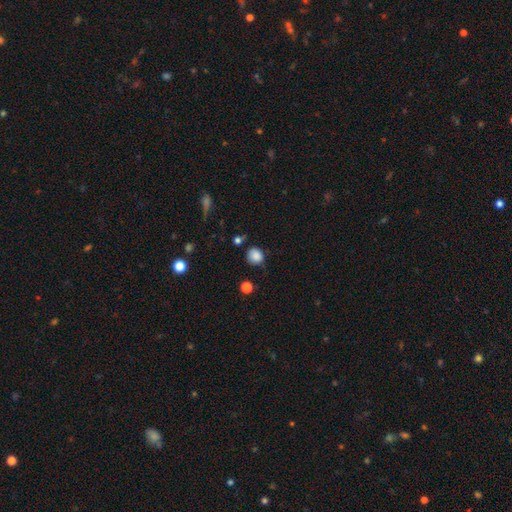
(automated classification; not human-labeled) Smooth or featured?
  - smooth: 85% *
  - star or artifact: 11%
  - featured or disk: 5%
How rounded?
  - round: 85% *
  - in between: 14%
  - cigar-shaped: 1%
Merging?
  - none: 72% *
  - minor disturbance: 21%
  - major disturbance: 4%
  - merger: 3%